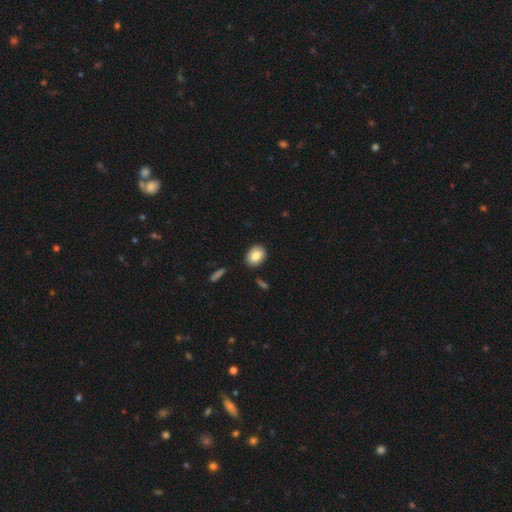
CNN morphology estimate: Smooth or featured?
  - smooth: 85% *
  - star or artifact: 8%
  - featured or disk: 7%
How rounded?
  - in between: 61% *
  - round: 38%
  - cigar-shaped: 1%
Merging?
  - none: 85% *
  - minor disturbance: 11%
  - merger: 2%
  - major disturbance: 2%